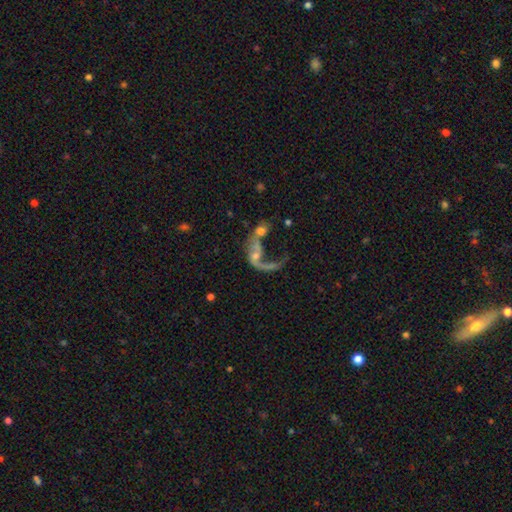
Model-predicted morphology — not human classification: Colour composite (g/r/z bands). It shows a featured or disk galaxy (64%) with no bar (69%), spiral arms (62%) and a small central bulge (41%). Merging: merger (49%).